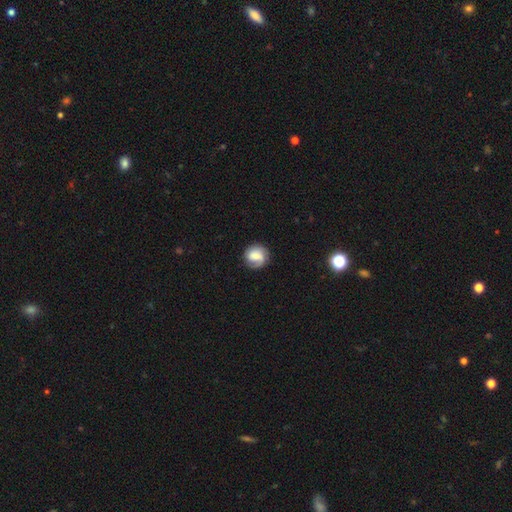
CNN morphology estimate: Smooth or featured: smooth — 50% (featured or disk — 42%)
Merging: none — 74% (minor disturbance — 17%)